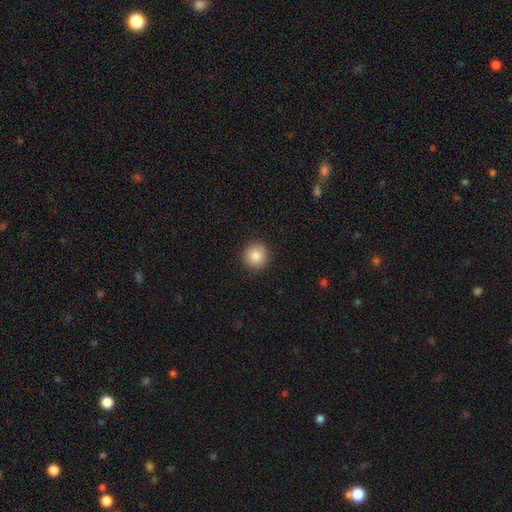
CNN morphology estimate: A smooth galaxy with no disk features (87%) that is round (93%).

Vote fractions:
- Smooth or featured? smooth: 87% / star or artifact: 9% / featured or disk: 5%
- How rounded? round: 93% / in between: 6% / cigar-shaped: 1%
- Merging? none: 91% / minor disturbance: 6% / major disturbance: 2% / merger: 1%